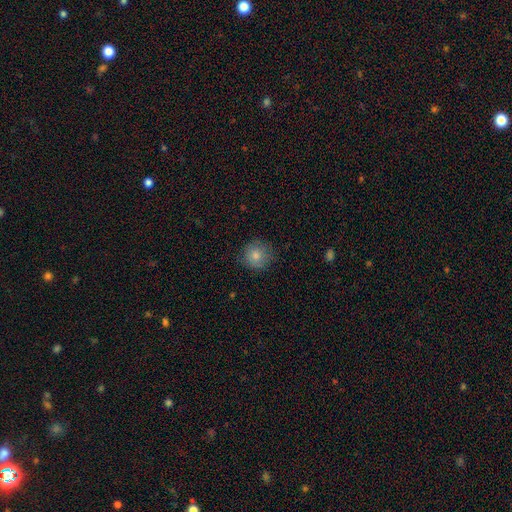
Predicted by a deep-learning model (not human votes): Smooth or featured: smooth — 81% (featured or disk — 10%)
How rounded: round — 91% (in between — 8%)
Merging: none — 81% (minor disturbance — 15%)